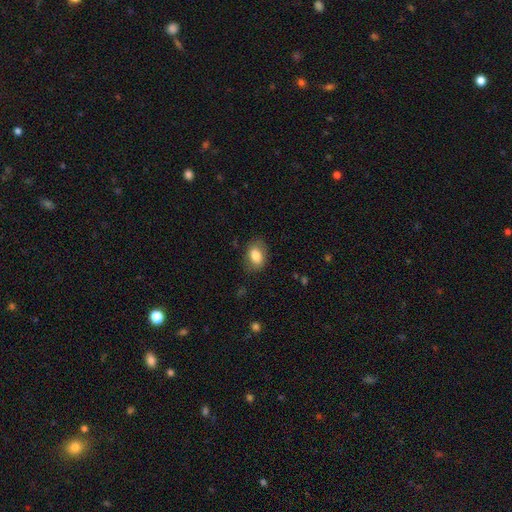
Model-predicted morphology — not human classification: Smooth or featured? smooth (81%)
How rounded? in between (81%)
Merging? none (76%)